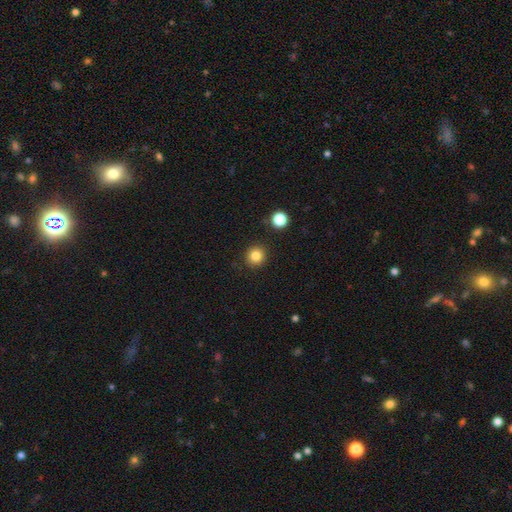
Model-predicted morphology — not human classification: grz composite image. It shows a smooth galaxy with no disk features (83%) that is round (93%). Merging: none (90%).